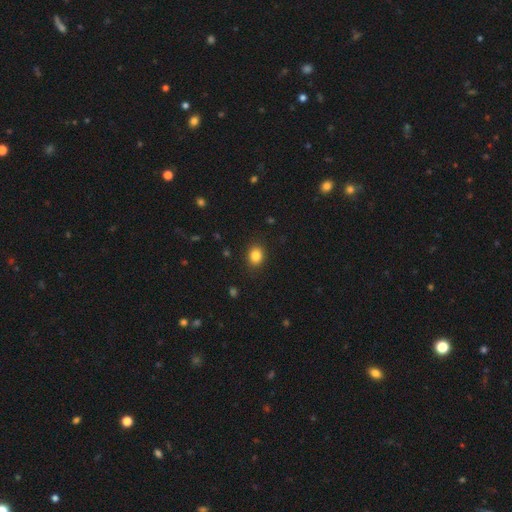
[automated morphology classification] smooth-or-featured: smooth: 84% | star or artifact: 11% | featured or disk: 5%
  how-rounded: round: 56% | in between: 44% | cigar-shaped: 1%
  merging: none: 89% | minor disturbance: 8% | major disturbance: 2% | merger: 1%